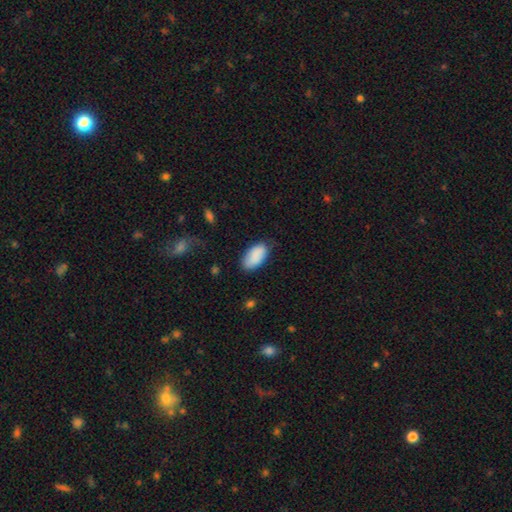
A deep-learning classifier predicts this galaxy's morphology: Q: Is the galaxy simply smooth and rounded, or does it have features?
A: smooth — 87%.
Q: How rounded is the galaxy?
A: in between — 95%.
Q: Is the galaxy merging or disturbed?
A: none — 74%.